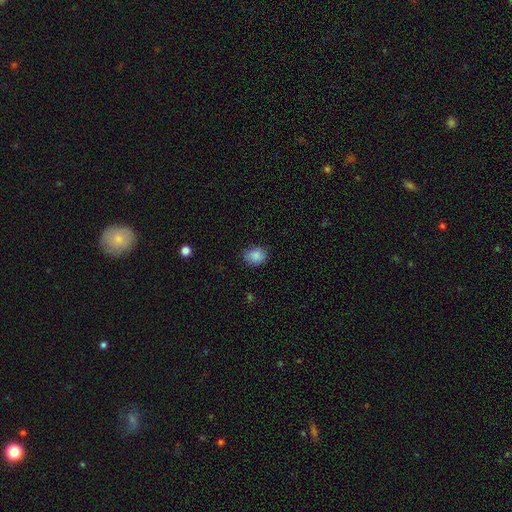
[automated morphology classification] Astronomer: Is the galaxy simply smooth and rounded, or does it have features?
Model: smooth — 87%.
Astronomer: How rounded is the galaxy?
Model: in between — 50% (runner-up: round, 49%).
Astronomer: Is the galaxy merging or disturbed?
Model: none — 80%.